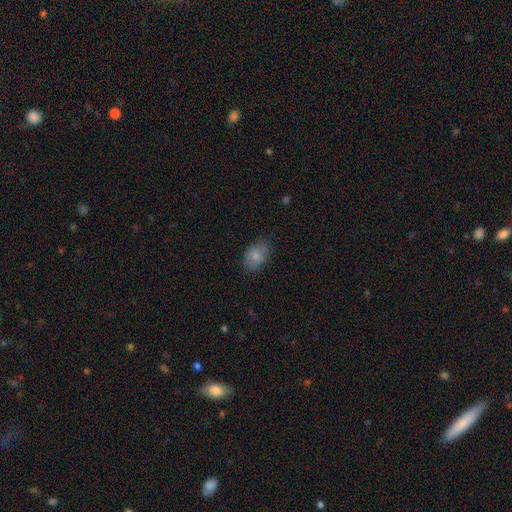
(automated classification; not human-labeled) Q: Smooth or featured?
A: smooth (83%); runner-up: featured or disk (10%)
Q: How rounded?
A: in between (83%); runner-up: round (15%)
Q: Merging?
A: none (78%); runner-up: minor disturbance (17%)